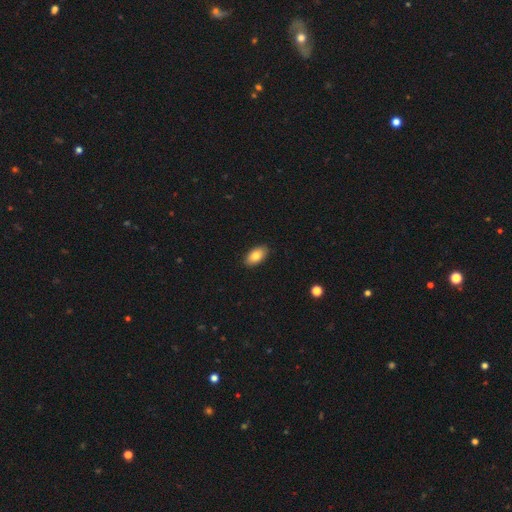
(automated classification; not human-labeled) A smooth galaxy with no disk features (83%) that is in between round and cigar-shaped (94%).

Vote fractions:
- Smooth or featured? smooth: 83% / featured or disk: 10% / star or artifact: 7%
- How rounded? in between: 94% / round: 4% / cigar-shaped: 2%
- Merging? none: 89% / minor disturbance: 8% / major disturbance: 2% / merger: 1%